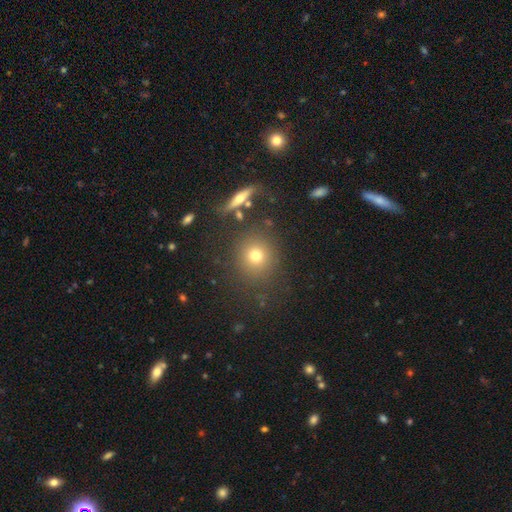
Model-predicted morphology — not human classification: Smooth or featured? smooth (72%)
How rounded? round (86%)
Merging? none (82%)